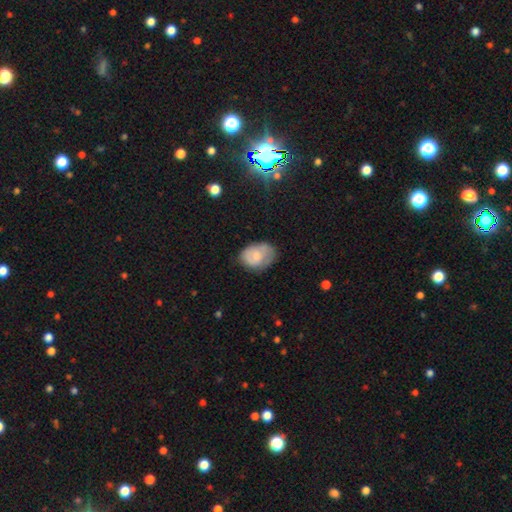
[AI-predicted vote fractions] smooth-or-featured: smooth: 66% | featured or disk: 27% | star or artifact: 7%
  how-rounded: in between: 74% | round: 25% | cigar-shaped: 1%
  merging: none: 57% | minor disturbance: 31% | major disturbance: 11% | merger: 2%